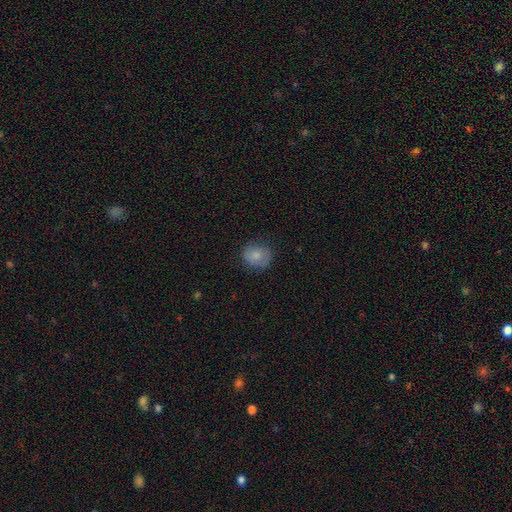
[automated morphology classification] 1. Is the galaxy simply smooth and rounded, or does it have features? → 82% smooth, 10% featured or disk, 8% star or artifact.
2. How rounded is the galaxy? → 57% round, 42% in between, 1% cigar-shaped.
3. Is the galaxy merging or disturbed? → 74% none, 19% minor disturbance, 5% major disturbance, 1% merger.